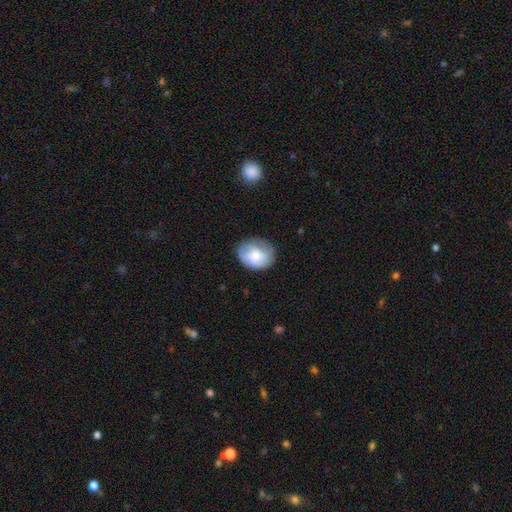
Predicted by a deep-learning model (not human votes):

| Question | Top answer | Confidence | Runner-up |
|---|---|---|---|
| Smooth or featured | smooth | 63% | featured or disk (29%) |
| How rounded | round | 53% | in between (46%) |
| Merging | none | 68% | minor disturbance (23%) |